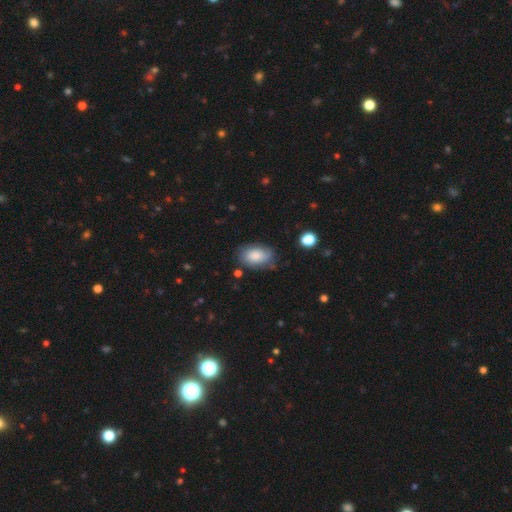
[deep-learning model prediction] A smooth galaxy with no disk features (79%) that is in between round and cigar-shaped (90%). Merging: none (66%).